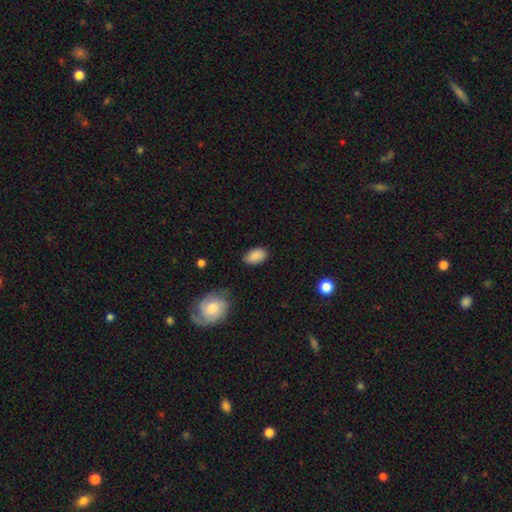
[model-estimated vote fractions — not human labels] Smooth or featured? smooth (87%)
How rounded? in between (91%)
Merging? none (80%)